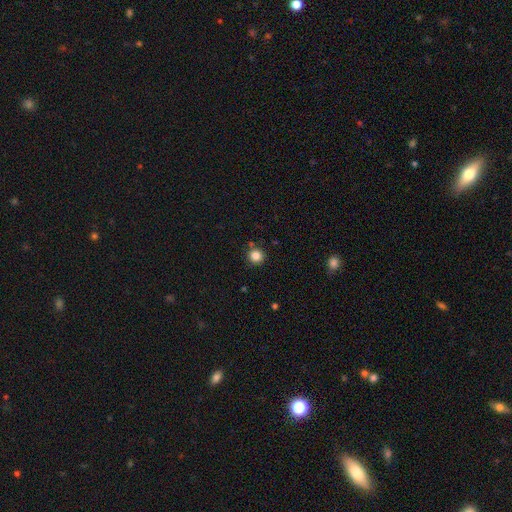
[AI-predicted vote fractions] Overall: smooth (84%). How rounded: round (94%). Merging: none (86%).